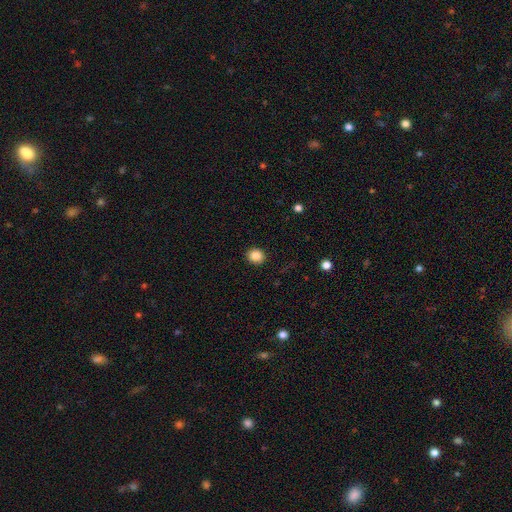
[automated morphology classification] Q: Smooth or featured?
A: smooth (85%); runner-up: star or artifact (10%)
Q: How rounded?
A: round (81%); runner-up: in between (18%)
Q: Merging?
A: none (91%); runner-up: minor disturbance (6%)